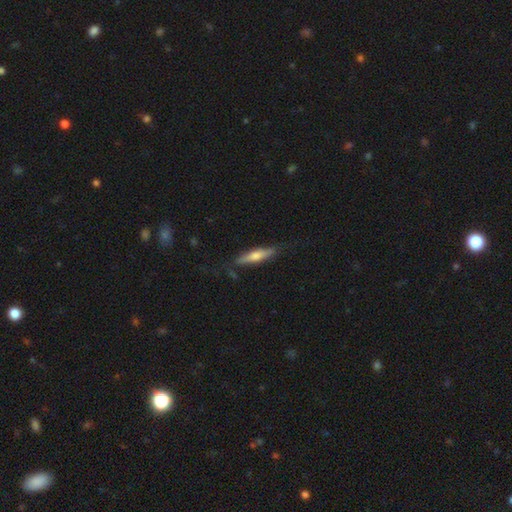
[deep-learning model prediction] Smooth or featured: featured or disk — 47% (tied with smooth — 47%)
Merging: none — 79% (minor disturbance — 16%)